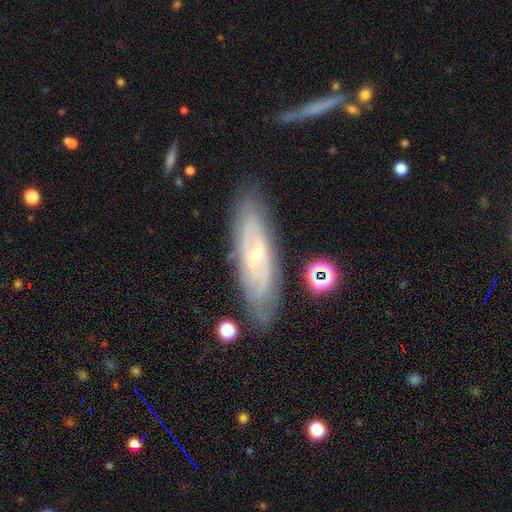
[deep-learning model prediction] smooth_or_featured: featured or disk (p=0.76) [alt: smooth p=0.17]
disk_edge_on: no (p=0.79) [alt: yes p=0.21]
bar: no (p=0.42) [alt: weak p=0.41]
has_spiral_arms: yes (p=0.86) [alt: no p=0.14]
spiral_winding: tight (p=0.60) [alt: medium p=0.30]
spiral_arm_count: can't tell (p=0.47) [alt: 2 p=0.33]
bulge_size: small (p=0.76) [alt: moderate p=0.18]
merging: none (p=0.80) [alt: minor disturbance p=0.15]